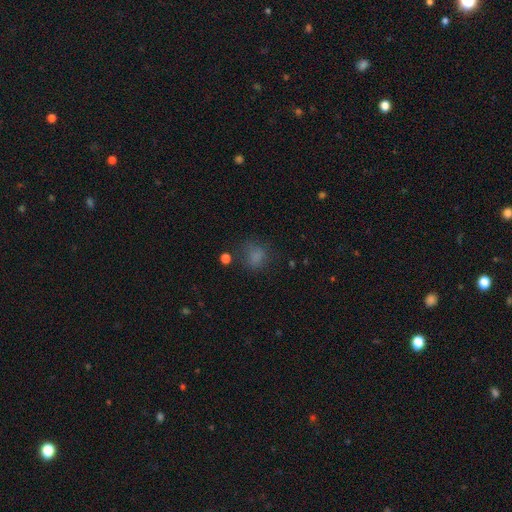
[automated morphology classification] Smooth or featured? smooth (75%)
How rounded? round (59%)
Merging? none (61%)